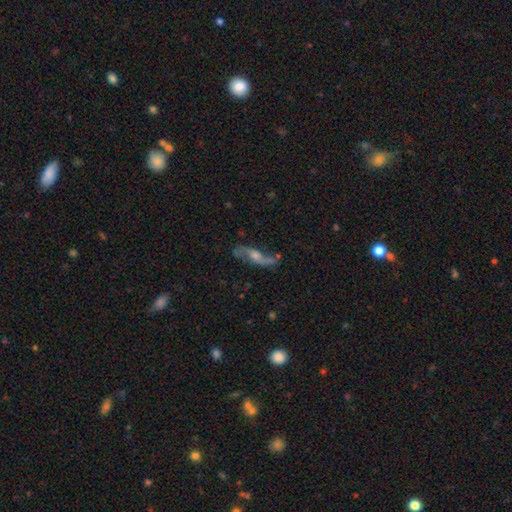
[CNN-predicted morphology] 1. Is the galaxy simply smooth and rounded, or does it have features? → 79% featured or disk, 13% smooth, 8% star or artifact.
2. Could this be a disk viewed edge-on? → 80% no, 20% yes.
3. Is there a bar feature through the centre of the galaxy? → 54% no, 34% weak, 11% strong.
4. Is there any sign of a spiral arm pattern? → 93% yes, 7% no.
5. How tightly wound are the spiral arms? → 79% loose, 16% medium, 5% tight.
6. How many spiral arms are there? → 91% 2, 3% can't tell, 3% 1, 1% 3, 1% 4, 1% more than 4.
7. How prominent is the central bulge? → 53% moderate, 29% small, 9% large, 7% none, 2% dominant.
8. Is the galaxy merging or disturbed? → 70% none, 18% minor disturbance, 9% major disturbance, 4% merger.